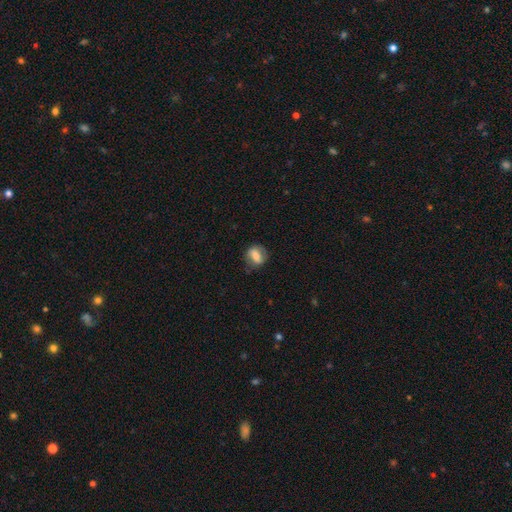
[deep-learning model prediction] This appears to be a smooth galaxy with no disk features (62%) that is in between round and cigar-shaped (57%). Merging: none (69%).